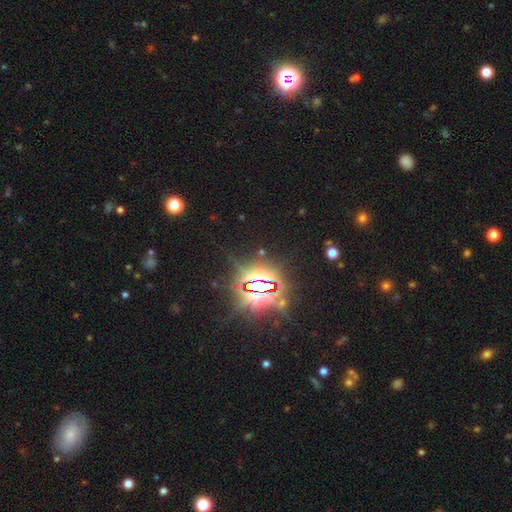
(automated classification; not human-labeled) A star or artifact, not a galaxy (84%).

Vote fractions:
- Smooth or featured? star or artifact: 84% / smooth: 9% / featured or disk: 6%